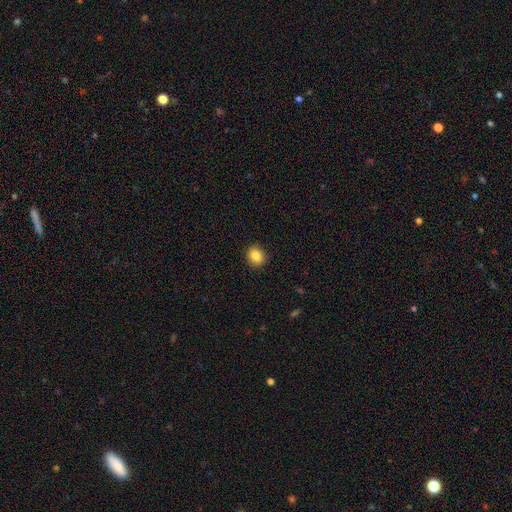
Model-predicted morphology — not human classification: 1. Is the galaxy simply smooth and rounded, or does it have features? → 85% smooth, 10% star or artifact, 5% featured or disk.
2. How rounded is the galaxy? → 73% round, 26% in between, 1% cigar-shaped.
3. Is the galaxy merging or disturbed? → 91% none, 6% minor disturbance, 2% major disturbance, 1% merger.